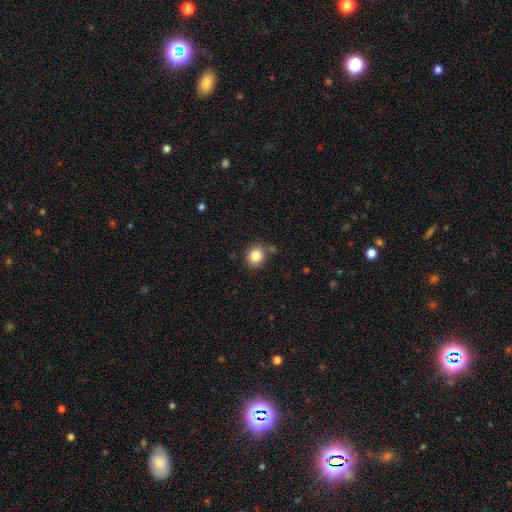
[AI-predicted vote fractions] Smooth or featured?
  - smooth: 84% *
  - star or artifact: 10%
  - featured or disk: 6%
How rounded?
  - round: 82% *
  - in between: 17%
  - cigar-shaped: 1%
Merging?
  - none: 77% *
  - minor disturbance: 12%
  - merger: 7%
  - major disturbance: 3%